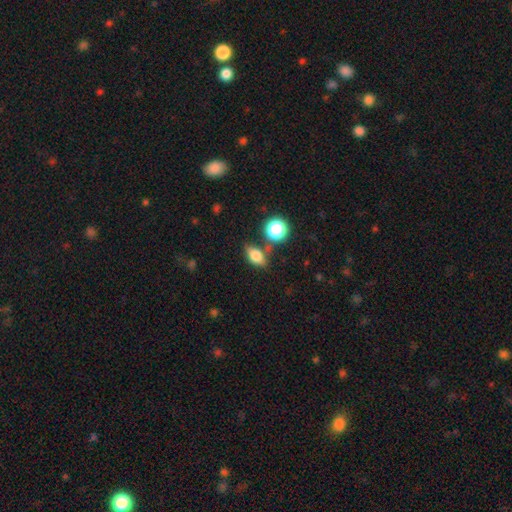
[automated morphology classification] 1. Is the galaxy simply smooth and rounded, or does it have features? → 74% smooth, 14% featured or disk, 12% star or artifact.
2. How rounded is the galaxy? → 75% in between, 18% round, 7% cigar-shaped.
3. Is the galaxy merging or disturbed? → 69% none, 16% minor disturbance, 10% merger, 5% major disturbance.